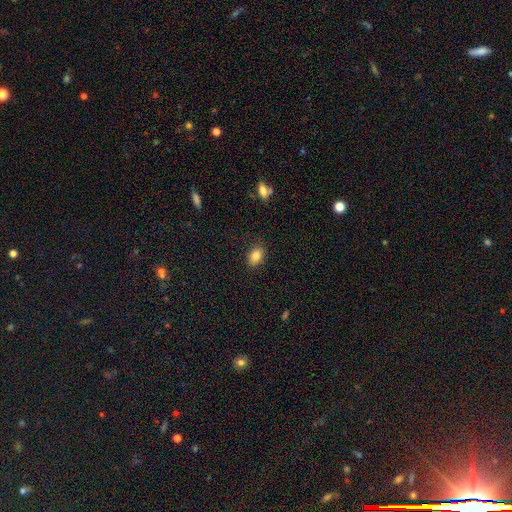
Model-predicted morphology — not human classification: Smooth or featured: smooth — 84% (star or artifact — 9%)
How rounded: in between — 78% (round — 21%)
Merging: none — 84% (minor disturbance — 12%)